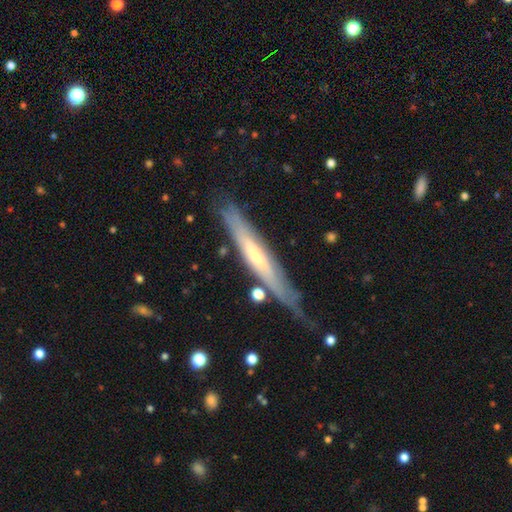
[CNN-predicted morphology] A featured or disk galaxy (65%) viewed edge-on (78%) with no central bulge (52%). Merging: none (69%).